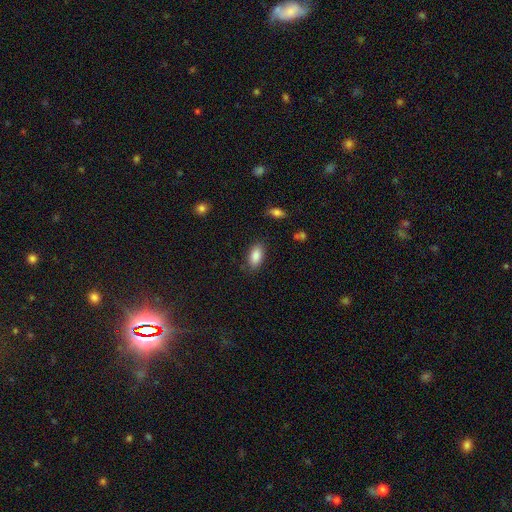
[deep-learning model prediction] Smooth or featured? smooth (87%)
How rounded? in between (91%)
Merging? none (83%)